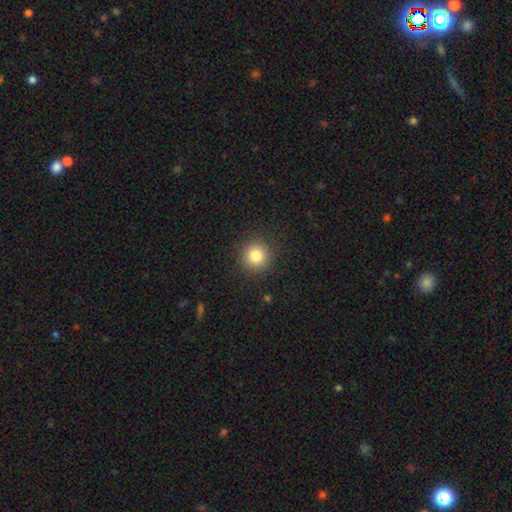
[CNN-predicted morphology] A smooth galaxy with no disk features (81%) that is round (94%). Merging: none (91%).